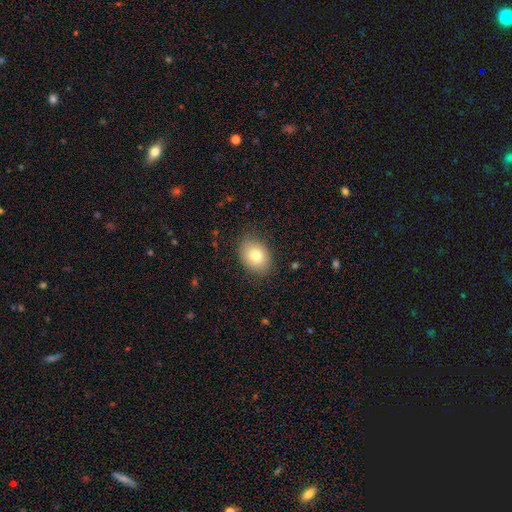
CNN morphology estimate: This appears to be a smooth galaxy with no disk features (78%) that is in between round and cigar-shaped (66%). Merging: none (84%).